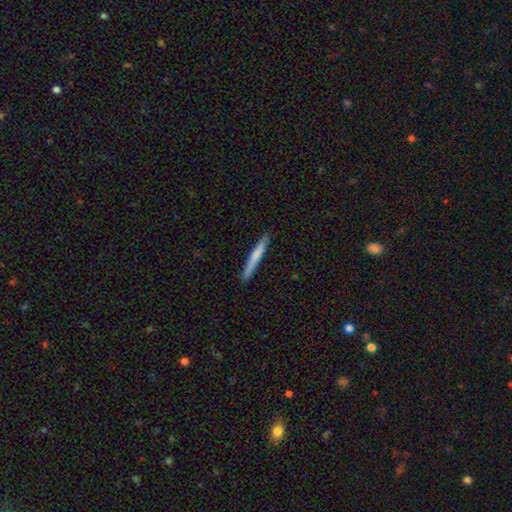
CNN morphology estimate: Smooth or featured? Predicted: smooth (p=0.65). How rounded? Predicted: cigar-shaped (p=0.96). Merging? Predicted: none (p=0.91).